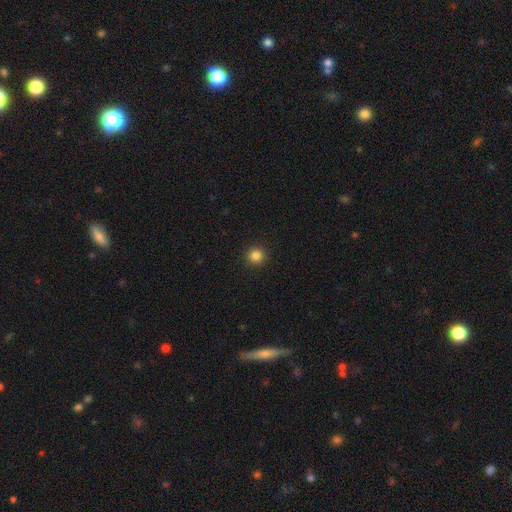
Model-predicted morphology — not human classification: This is clearly a smooth galaxy (84%). How rounded: clearly round (95%). Merging: clearly none (93%).